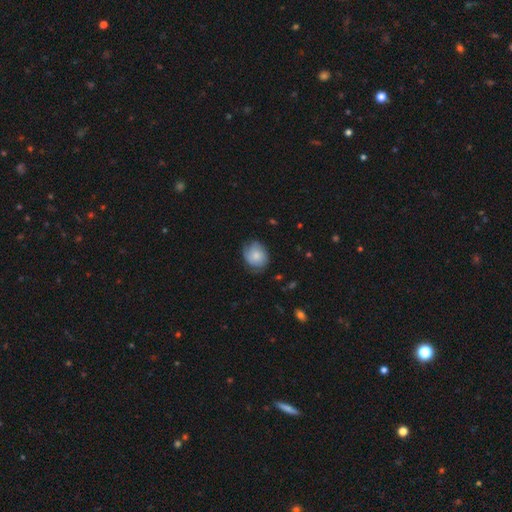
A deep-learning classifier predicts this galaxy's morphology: smooth_or_featured: smooth (p=0.64) [alt: featured or disk p=0.30]
how_rounded: round (p=0.59) [alt: in between p=0.40]
merging: none (p=0.64) [alt: minor disturbance p=0.28]